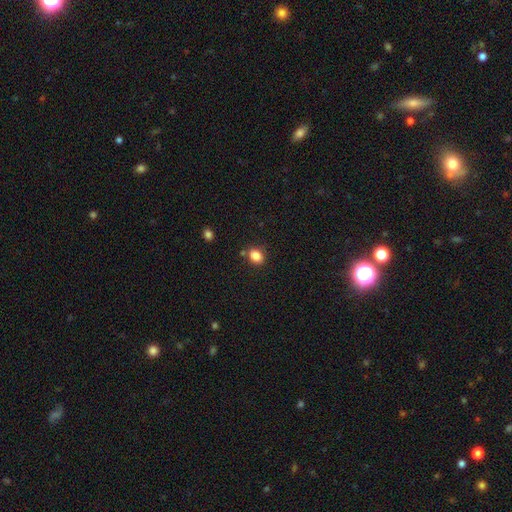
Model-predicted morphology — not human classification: Smooth or featured? Predicted: smooth (p=0.84). How rounded? Predicted: in between (p=0.55). Merging? Predicted: none (p=0.77).